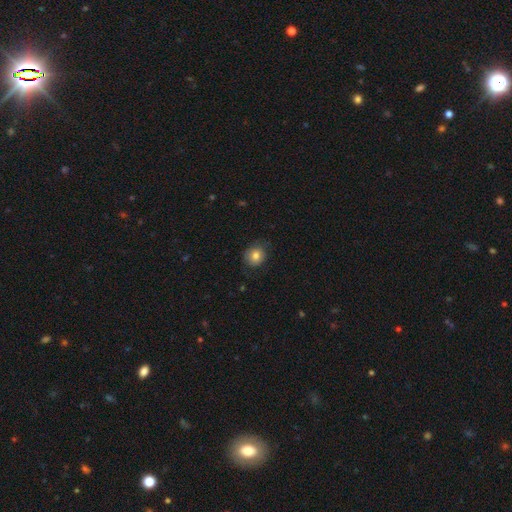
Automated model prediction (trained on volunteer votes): Q: Smooth or featured?
A: smooth (80%); runner-up: featured or disk (11%)
Q: How rounded?
A: round (77%); runner-up: in between (22%)
Q: Merging?
A: none (78%); runner-up: minor disturbance (17%)